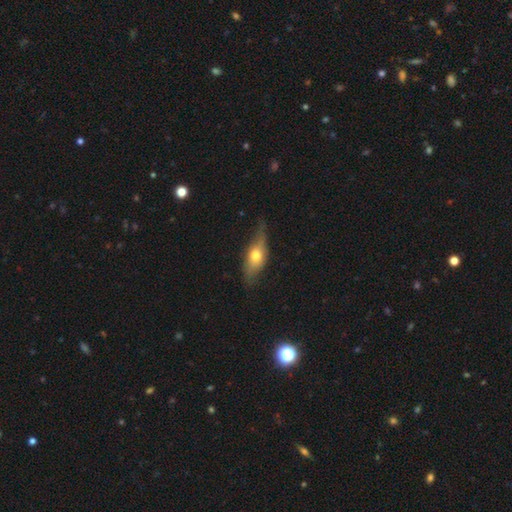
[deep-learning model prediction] Smooth or featured: smooth — 54% (featured or disk — 39%)
How rounded: in between — 67% (cigar-shaped — 27%)
Merging: none — 63% (minor disturbance — 29%)